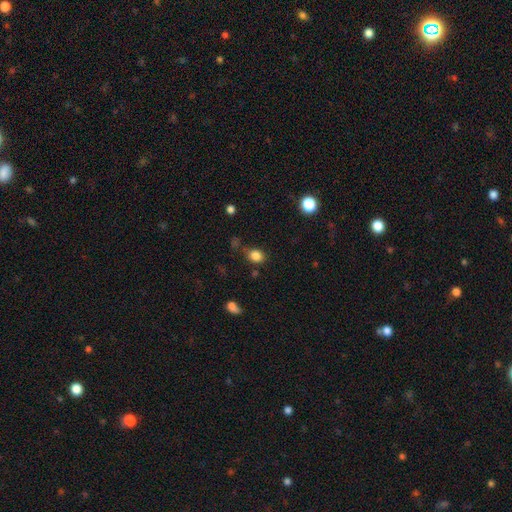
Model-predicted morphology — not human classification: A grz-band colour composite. It shows a smooth galaxy with no disk features (83%) that is in between round and cigar-shaped (52%). Merging: none (74%).